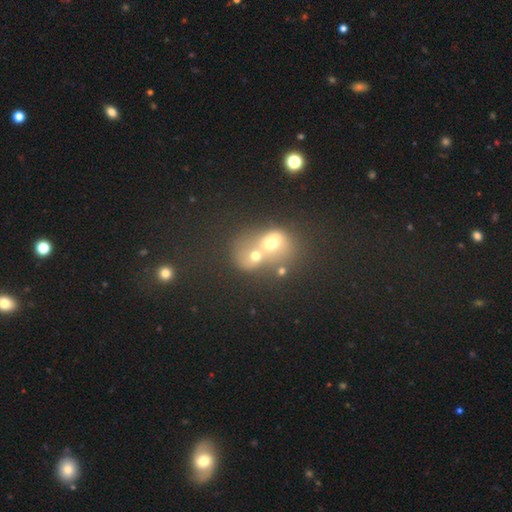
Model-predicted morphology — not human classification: A smooth galaxy with no disk features (59%) that is round (66%).

Vote fractions:
- Smooth or featured? smooth: 59% / featured or disk: 24% / star or artifact: 17%
- How rounded? round: 66% / in between: 33% / cigar-shaped: 1%
- Merging? merger: 74% / none: 16% / major disturbance: 5% / minor disturbance: 5%